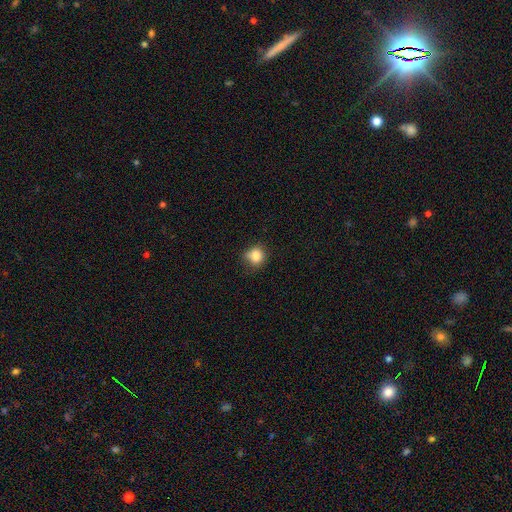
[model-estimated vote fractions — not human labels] A smooth galaxy with no disk features (82%) that is round (82%).

Vote fractions:
- Smooth or featured? smooth: 82% / star or artifact: 11% / featured or disk: 7%
- How rounded? round: 82% / in between: 17% / cigar-shaped: 1%
- Merging? none: 67% / minor disturbance: 26% / major disturbance: 6% / merger: 2%